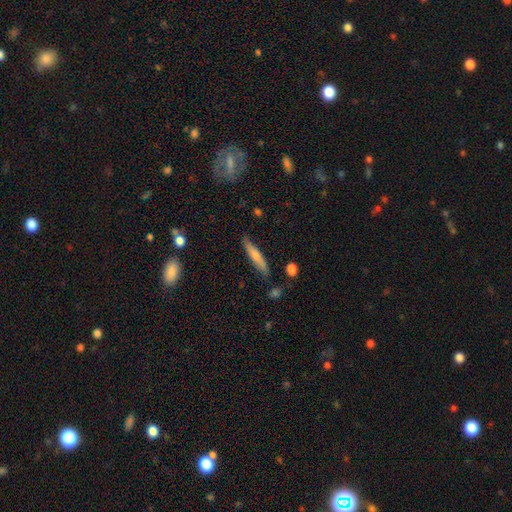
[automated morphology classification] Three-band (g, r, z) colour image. It shows a smooth galaxy with no disk features (64%) that is cigar-shaped (88%). Merging: none (81%).